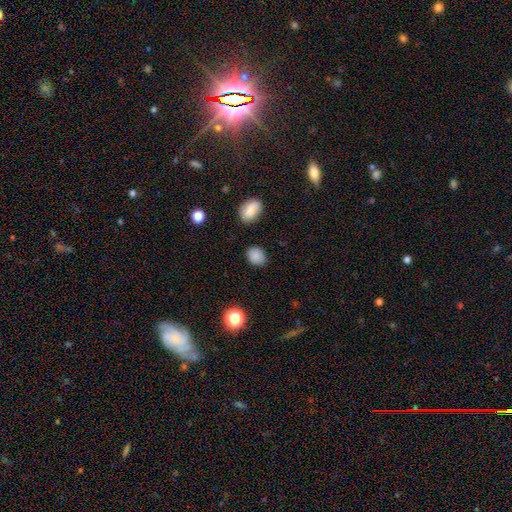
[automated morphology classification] Smooth or featured?
  - smooth: 85% *
  - star or artifact: 11%
  - featured or disk: 5%
How rounded?
  - round: 51% *
  - in between: 48%
  - cigar-shaped: 1%
Merging?
  - none: 83% *
  - minor disturbance: 12%
  - major disturbance: 3%
  - merger: 2%